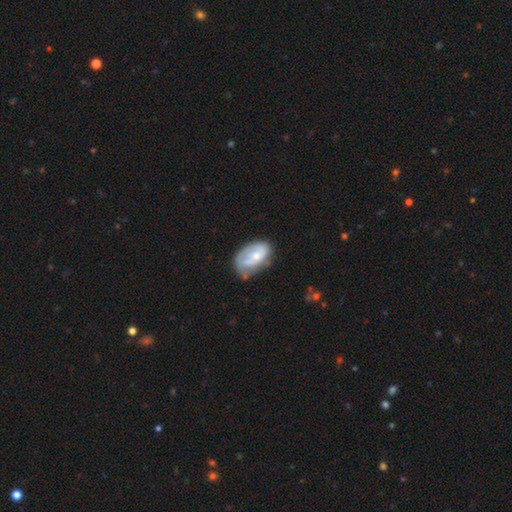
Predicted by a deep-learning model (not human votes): This is possibly a featured or disk galaxy (48%). Merging: marginally none (41%).